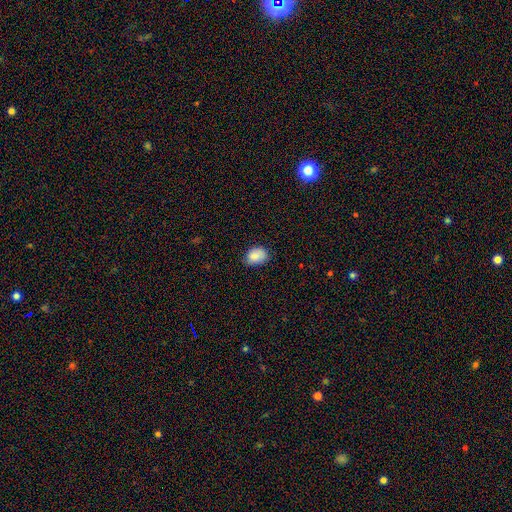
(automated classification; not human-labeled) This is clearly a smooth galaxy (84%). How rounded: likely in between (69%). Merging: likely none (67%).